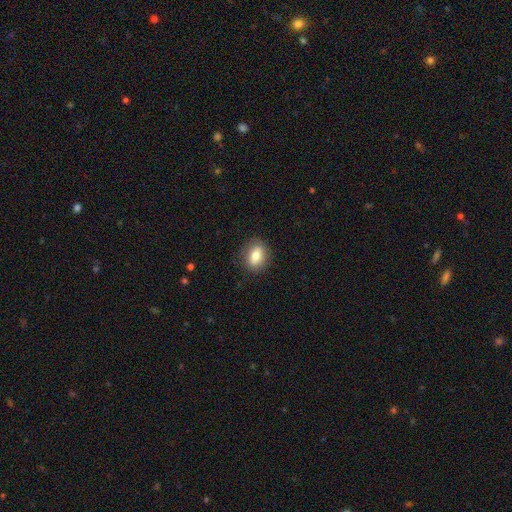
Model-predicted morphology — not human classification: Smooth or featured?
  - smooth: 78% *
  - featured or disk: 13%
  - star or artifact: 8%
How rounded?
  - in between: 59% *
  - round: 40%
  - cigar-shaped: 2%
Merging?
  - none: 86% *
  - minor disturbance: 10%
  - major disturbance: 3%
  - merger: 1%